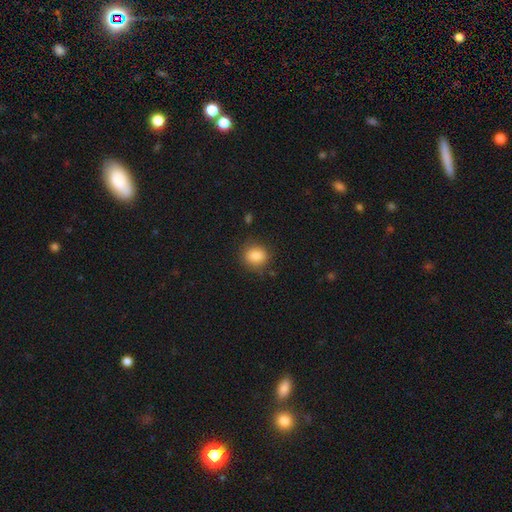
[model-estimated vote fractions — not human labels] Smooth or featured? smooth (85%)
How rounded? round (73%)
Merging? none (83%)